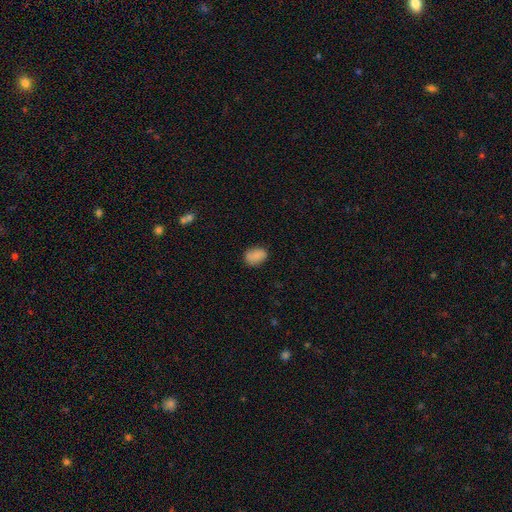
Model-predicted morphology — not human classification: A smooth galaxy with no disk features (84%) that is in between round and cigar-shaped (80%). Merging: none (73%).